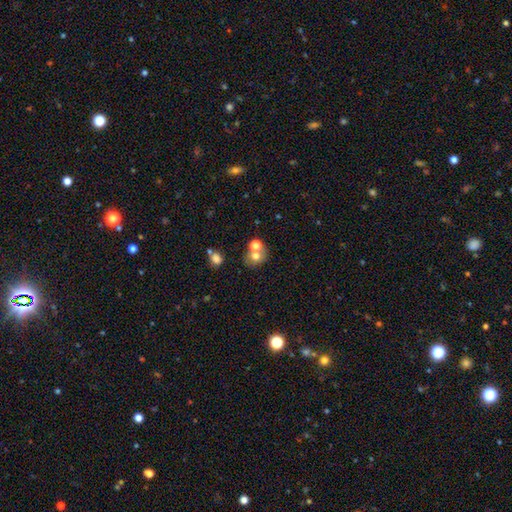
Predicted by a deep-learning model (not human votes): The model was most divided on "merging": none: 48%, merger: 37%, minor disturbance: 10%, major disturbance: 5%. More confident: how rounded — round (68%); smooth or featured — smooth (67%).